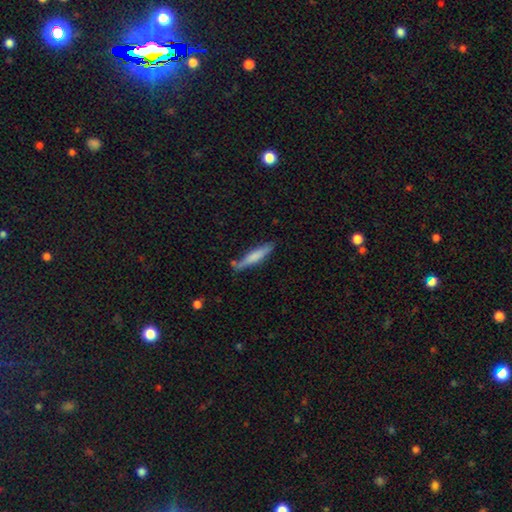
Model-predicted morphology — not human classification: smooth-or-featured: smooth: 68% | featured or disk: 26% | star or artifact: 6%
  how-rounded: cigar-shaped: 89% | in between: 10% | round: 1%
  merging: none: 76% | minor disturbance: 16% | merger: 5% | major disturbance: 3%